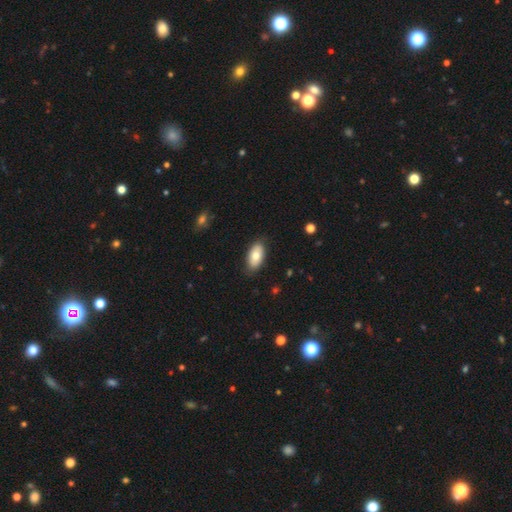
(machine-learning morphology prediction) smooth 77%, featured or disk 17%, star or artifact 7%. Down the decision tree: how rounded — in between (93%); merging — none (84%).